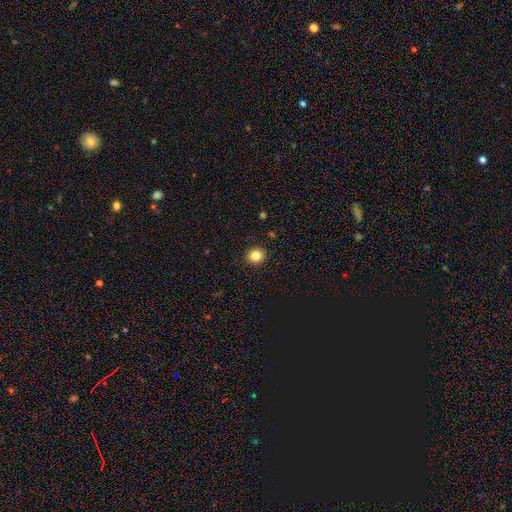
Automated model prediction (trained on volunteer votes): smooth 83%, star or artifact 11%, featured or disk 5%. Down the decision tree: how rounded — round (86%); merging — none (92%).